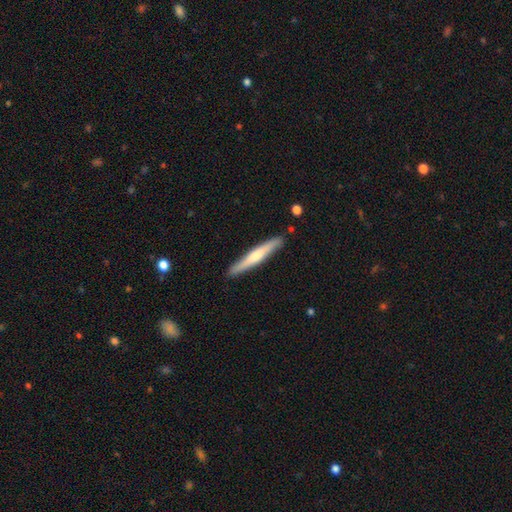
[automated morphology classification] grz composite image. It shows a featured or disk galaxy (50%). Merging: none (89%).